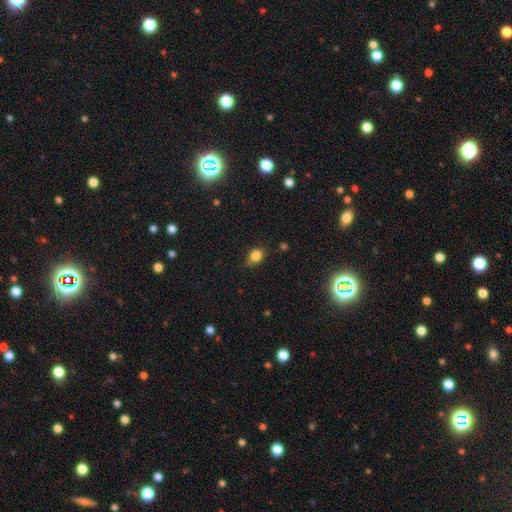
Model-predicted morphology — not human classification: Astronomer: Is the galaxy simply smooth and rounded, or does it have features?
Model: smooth — 81%.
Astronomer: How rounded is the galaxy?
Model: in between — 54% (runner-up: round, 44%).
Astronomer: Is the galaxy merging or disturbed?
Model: none — 67%.